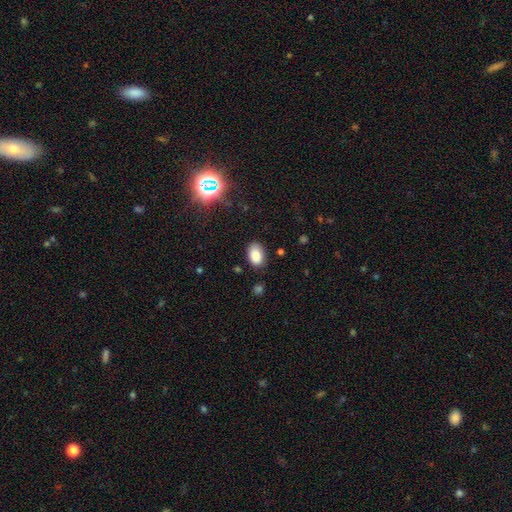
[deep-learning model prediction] Smooth or featured? Predicted: smooth (p=0.85). How rounded? Predicted: in between (p=0.88). Merging? Predicted: none (p=0.82).